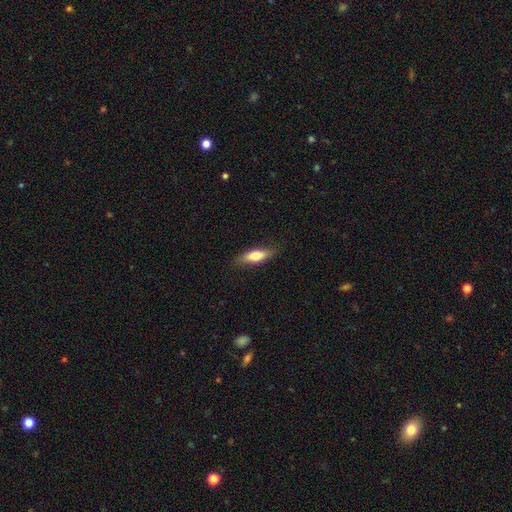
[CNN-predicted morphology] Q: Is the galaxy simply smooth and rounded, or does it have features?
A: smooth — 68%.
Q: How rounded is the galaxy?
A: in between — 50%.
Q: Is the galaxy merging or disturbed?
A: none — 82%.